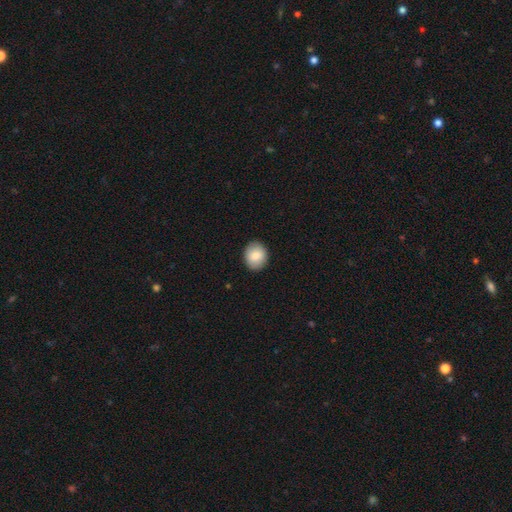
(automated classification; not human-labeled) smooth-or-featured: smooth: 84% | featured or disk: 9% | star or artifact: 7%
  how-rounded: round: 58% | in between: 41% | cigar-shaped: 1%
  merging: none: 89% | minor disturbance: 8% | major disturbance: 2% | merger: 1%